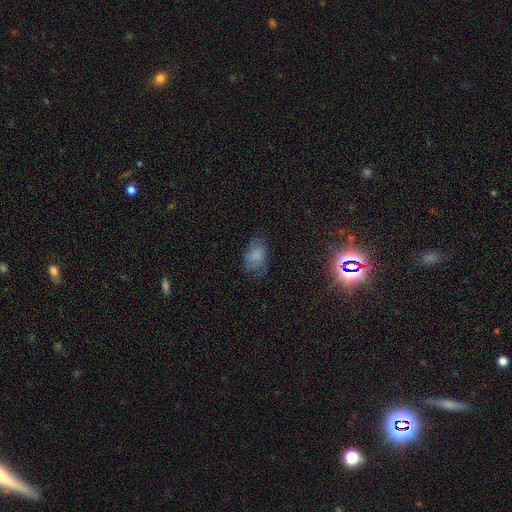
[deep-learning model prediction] The model was most divided on "merging": none: 63%, minor disturbance: 25%, major disturbance: 10%, merger: 1%. More confident: how rounded — in between (85%); smooth or featured — smooth (74%).